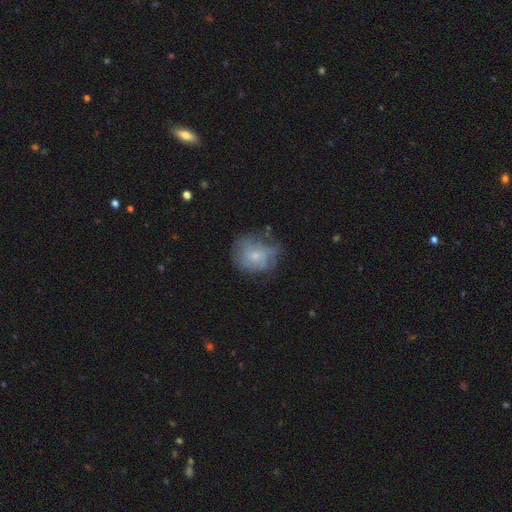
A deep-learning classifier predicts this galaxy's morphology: smooth-or-featured: featured or disk: 51% | smooth: 39% | star or artifact: 9%
  disk-edge-on: no: 97% | yes: 3%
    bar: no: 78% | weak: 19% | strong: 2%
    has-spiral-arms: yes: 65% | no: 35%
    bulge-size: small: 68% | moderate: 24% | none: 6% | large: 1% | dominant: 1%
  merging: none: 52% | minor disturbance: 28% | major disturbance: 18% | merger: 2%